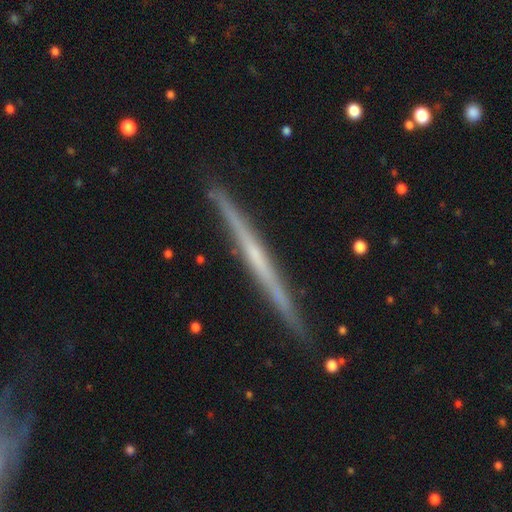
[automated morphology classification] Smooth or featured?
  - featured or disk: 75% *
  - smooth: 19%
  - star or artifact: 6%
Edge-on disk?
  - yes: 98% *
  - no: 2%
Edge-on bulge?
  - none: 69% *
  - rounded: 25%
  - boxy: 6%
Merging?
  - none: 90% *
  - minor disturbance: 7%
  - merger: 1%
  - major disturbance: 1%